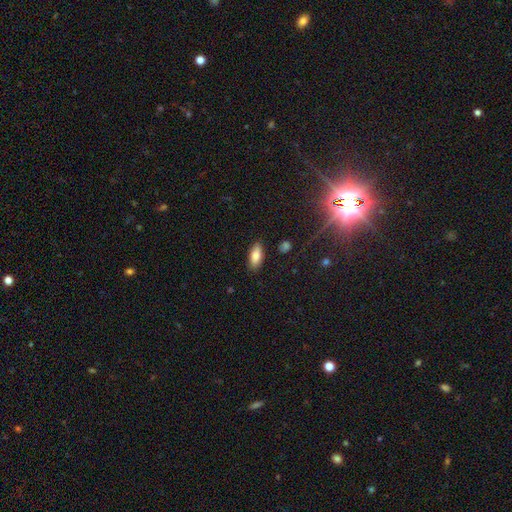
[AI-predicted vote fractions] Q: Smooth or featured?
A: smooth (81%); runner-up: featured or disk (11%)
Q: How rounded?
A: in between (79%); runner-up: cigar-shaped (19%)
Q: Merging?
A: none (86%); runner-up: minor disturbance (10%)